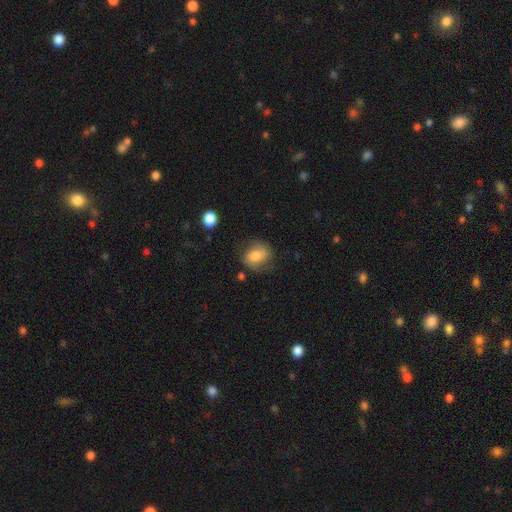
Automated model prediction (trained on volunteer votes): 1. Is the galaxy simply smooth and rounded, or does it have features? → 67% smooth, 24% featured or disk, 8% star or artifact.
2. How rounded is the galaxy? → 51% in between, 48% round, 1% cigar-shaped.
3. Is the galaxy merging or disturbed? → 60% none, 25% minor disturbance, 12% major disturbance, 3% merger.